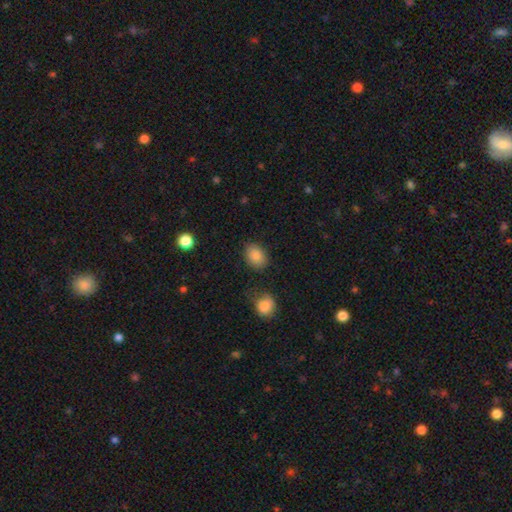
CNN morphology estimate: The model was most divided on "how rounded": in between: 68%, round: 31%, cigar-shaped: 1%. More confident: smooth or featured — smooth (85%); merging — none (82%).